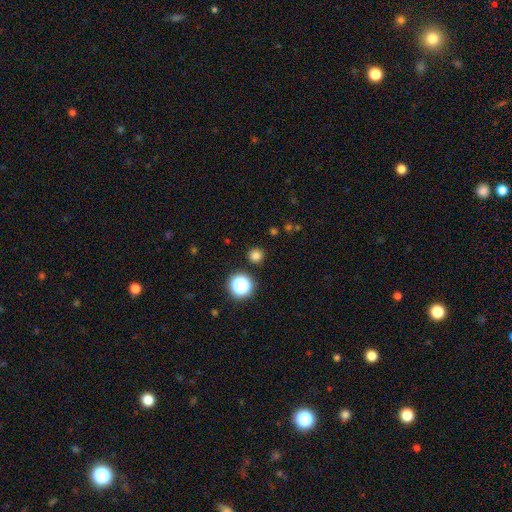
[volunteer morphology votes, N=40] smooth-or-featured: smooth: 80% | star or artifact: 12% | featured or disk: 8%
  how-rounded: round: 97% | in between: 3% | cigar-shaped: 0%
  merging: none: 91% | minor disturbance: 9% | major disturbance: 0% | merger: 0%